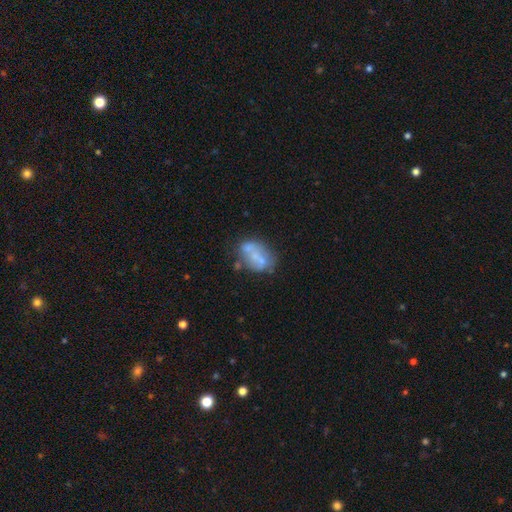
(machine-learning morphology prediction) Smooth or featured? Predicted: featured or disk (p=0.47). Merging? Predicted: merger (p=0.37).